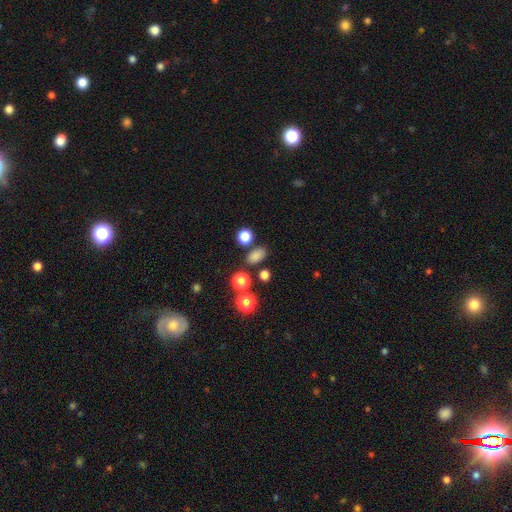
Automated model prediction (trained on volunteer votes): A smooth galaxy with no disk features (79%) that is in between round and cigar-shaped (79%).

Vote fractions:
- Smooth or featured? smooth: 79% / star or artifact: 16% / featured or disk: 5%
- How rounded? in between: 79% / round: 19% / cigar-shaped: 2%
- Merging? none: 78% / minor disturbance: 11% / merger: 7% / major disturbance: 4%